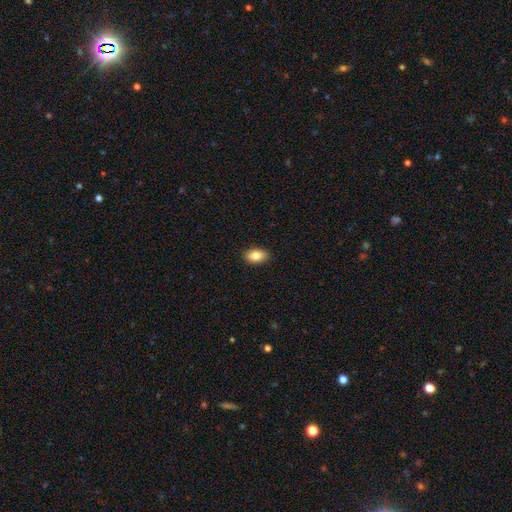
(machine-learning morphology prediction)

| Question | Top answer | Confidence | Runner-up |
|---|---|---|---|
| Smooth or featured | smooth | 84% | featured or disk (9%) |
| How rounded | in between | 89% | round (9%) |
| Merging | none | 90% | minor disturbance (7%) |